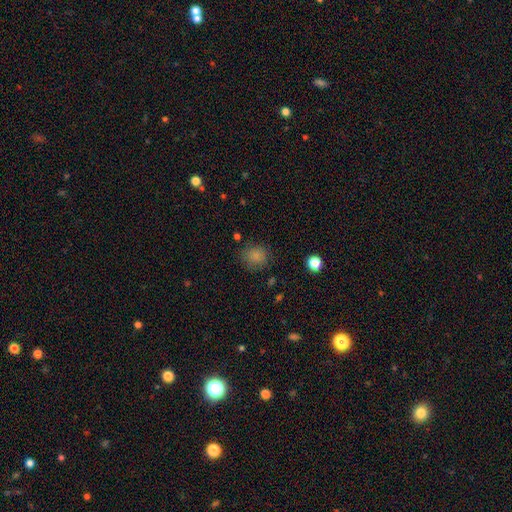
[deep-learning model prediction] A smooth galaxy with no disk features (82%) that is round (78%).

Vote fractions:
- Smooth or featured? smooth: 82% / star or artifact: 12% / featured or disk: 6%
- How rounded? round: 78% / in between: 21% / cigar-shaped: 1%
- Merging? none: 78% / minor disturbance: 15% / major disturbance: 5% / merger: 2%